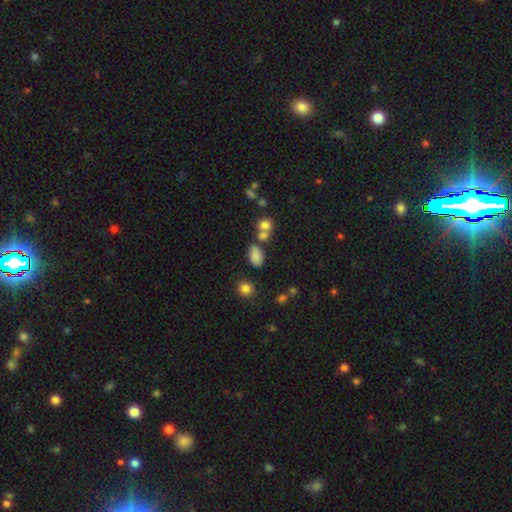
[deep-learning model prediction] smooth-or-featured: smooth: 77% | star or artifact: 13% | featured or disk: 10%
  how-rounded: in between: 86% | round: 12% | cigar-shaped: 2%
  merging: none: 52% | merger: 23% | minor disturbance: 18% | major disturbance: 7%